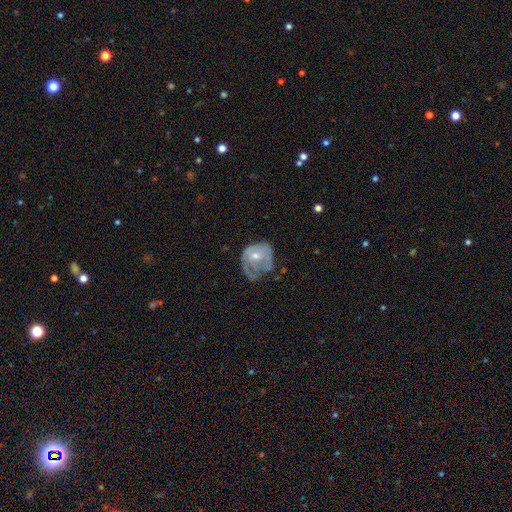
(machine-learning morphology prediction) A featured or disk galaxy (56%) with no bar (80%), no spiral arms (52%) and a moderate central bulge (54%).

Vote fractions:
- Smooth or featured? featured or disk: 56% / smooth: 36% / star or artifact: 8%
- Edge-on disk? no: 97% / yes: 3%
- Bar? no: 80% / weak: 16% / strong: 3%
- Spiral arms? no: 52% / yes: 48%
- Bulge size? moderate: 54% / small: 42% / large: 2% / none: 2% / dominant: 1%
- Merging? minor disturbance: 33% / none: 32% / major disturbance: 32% / merger: 3%